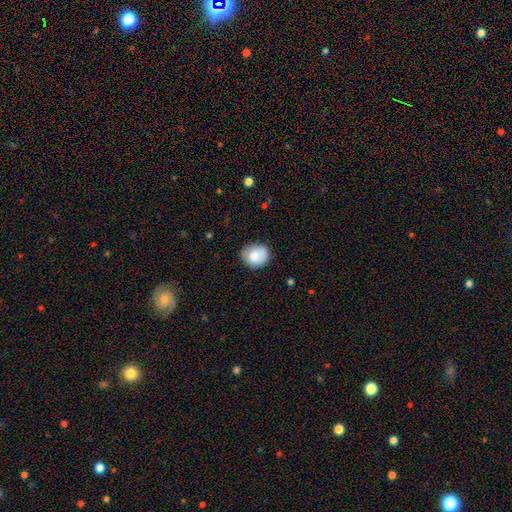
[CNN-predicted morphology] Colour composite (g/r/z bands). It shows a smooth galaxy with no disk features (81%) that is round (73%). Merging: none (78%).